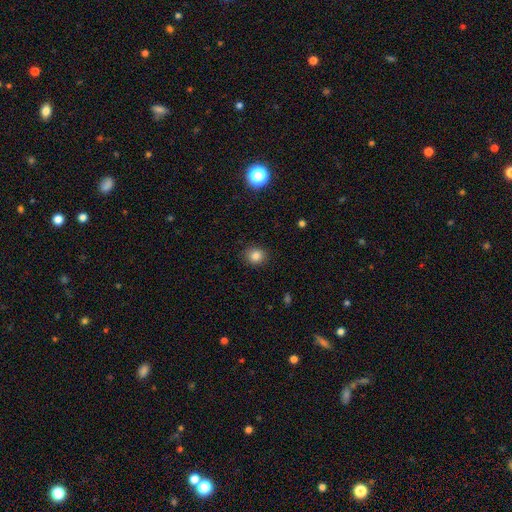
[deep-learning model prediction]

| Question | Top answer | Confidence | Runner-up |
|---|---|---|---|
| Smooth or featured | smooth | 84% | star or artifact (12%) |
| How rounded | round | 76% | in between (23%) |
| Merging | none | 88% | minor disturbance (8%) |